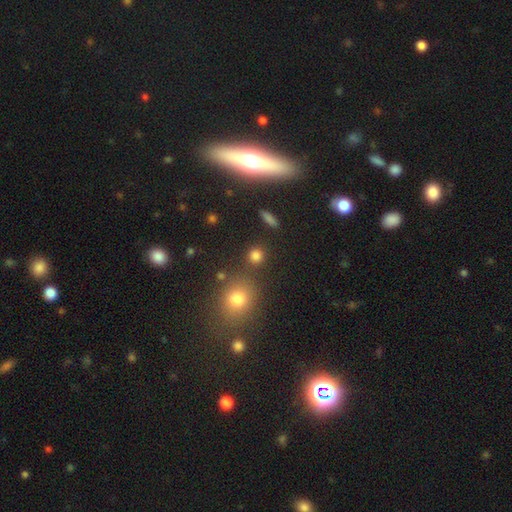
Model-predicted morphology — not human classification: type=smooth (79%); roundness=round (89%); merging=none (82%).